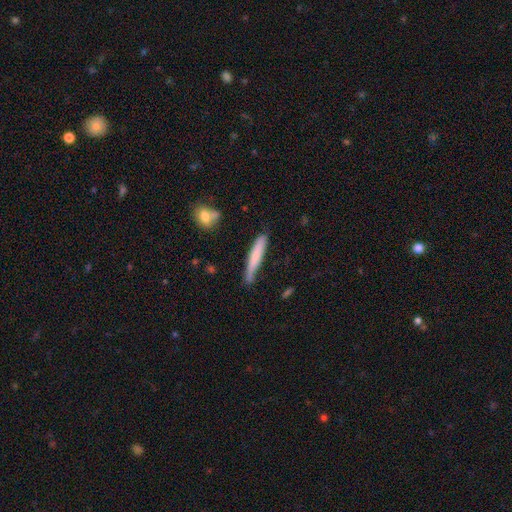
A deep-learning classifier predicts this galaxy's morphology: Smooth or featured? smooth (67%)
How rounded? cigar-shaped (92%)
Merging? none (67%)